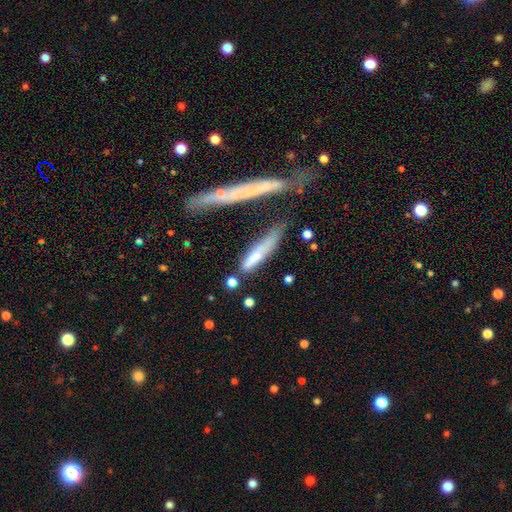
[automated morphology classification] Smooth or featured: smooth — 62% (featured or disk — 30%)
How rounded: cigar-shaped — 83% (in between — 14%)
Merging: none — 45% (minor disturbance — 26%)